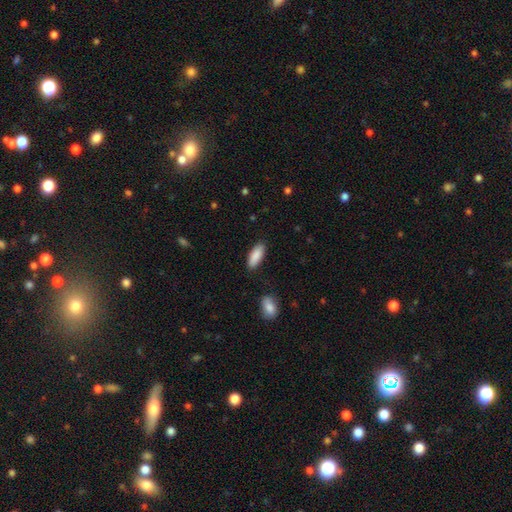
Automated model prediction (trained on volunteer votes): The model was most divided on "how rounded": in between: 76%, cigar-shaped: 22%, round: 2%. More confident: smooth or featured — smooth (89%); merging — none (86%).